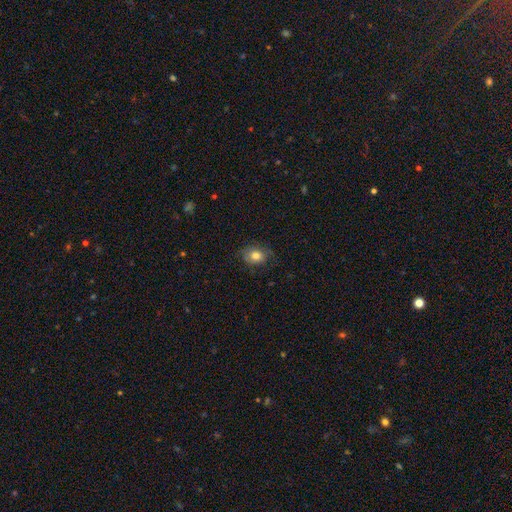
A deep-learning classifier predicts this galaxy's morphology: This is likely a smooth galaxy (79%). How rounded: possibly in between (54%). Merging: likely none (73%).